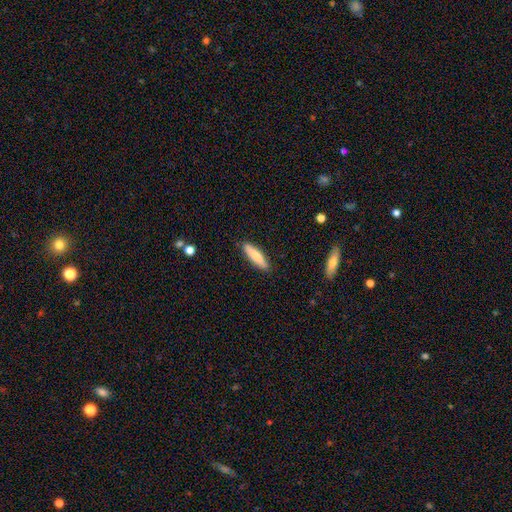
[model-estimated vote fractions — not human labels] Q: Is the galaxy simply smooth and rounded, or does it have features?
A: smooth — 76%.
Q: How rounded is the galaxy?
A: cigar-shaped — 75%.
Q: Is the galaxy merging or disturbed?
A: none — 89%.